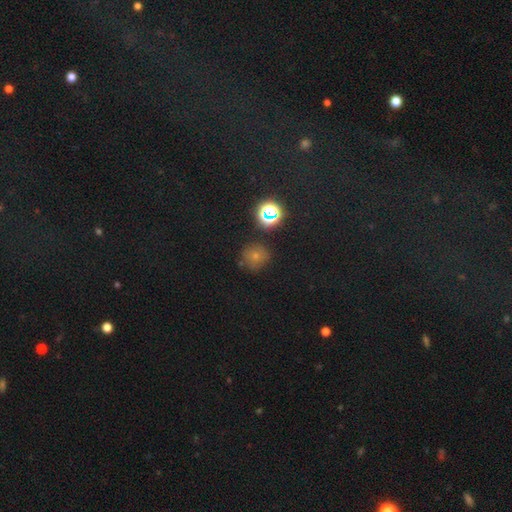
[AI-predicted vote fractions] Overall: smooth (63%; star or artifact 25%). How rounded: round (91%). Merging: none (79%).